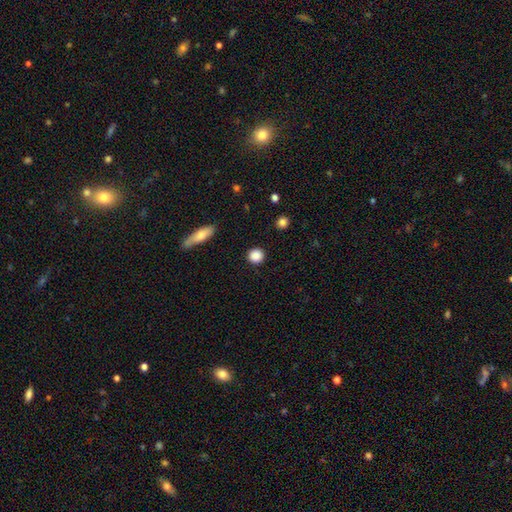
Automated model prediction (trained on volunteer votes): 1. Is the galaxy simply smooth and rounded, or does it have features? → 88% smooth, 9% star or artifact, 4% featured or disk.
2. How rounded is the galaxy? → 91% round, 7% in between, 1% cigar-shaped.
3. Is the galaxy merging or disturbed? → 91% none, 6% minor disturbance, 2% major disturbance, 1% merger.